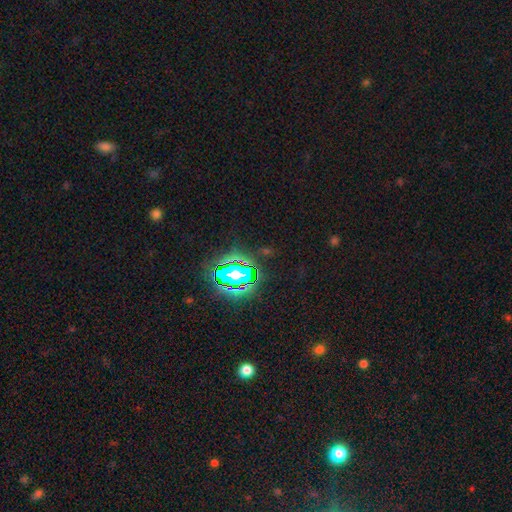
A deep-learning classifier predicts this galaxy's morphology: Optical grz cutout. It shows a star or artifact, not a galaxy (80%).